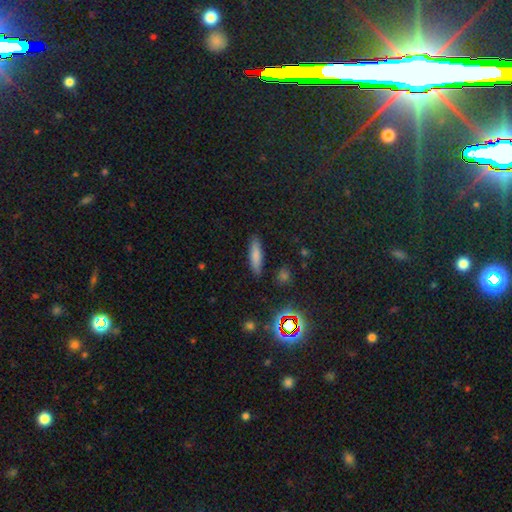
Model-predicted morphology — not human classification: This appears to be a smooth galaxy with no disk features (78%) that is cigar-shaped (67%). Merging: none (85%).